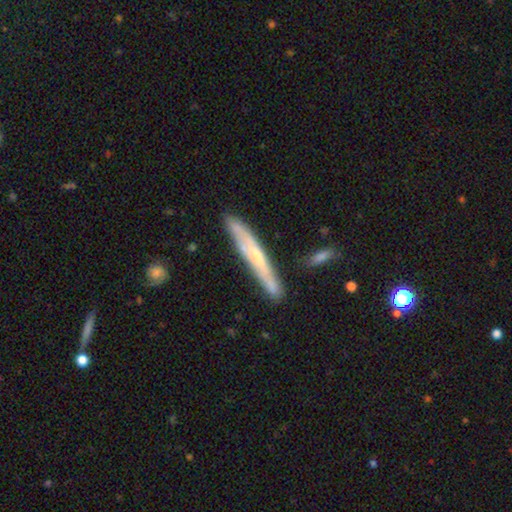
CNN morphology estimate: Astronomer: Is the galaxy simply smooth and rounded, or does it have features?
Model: featured or disk — 57% (runner-up: smooth, 37%).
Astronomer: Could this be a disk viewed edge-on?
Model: yes — 81%.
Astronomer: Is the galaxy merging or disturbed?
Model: none — 79%.